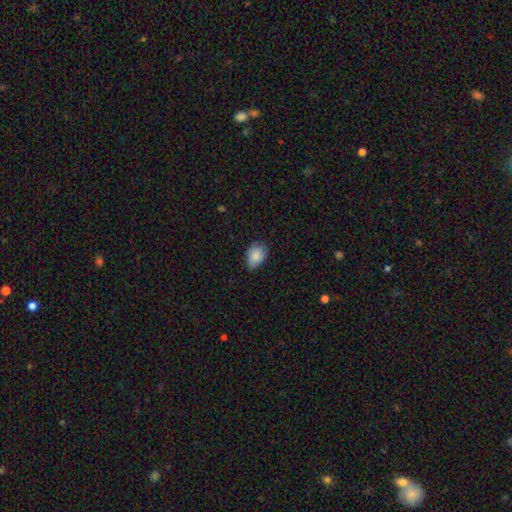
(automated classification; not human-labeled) This appears to be a smooth galaxy with no disk features (87%) that is in between round and cigar-shaped (80%). Merging: none (71%).